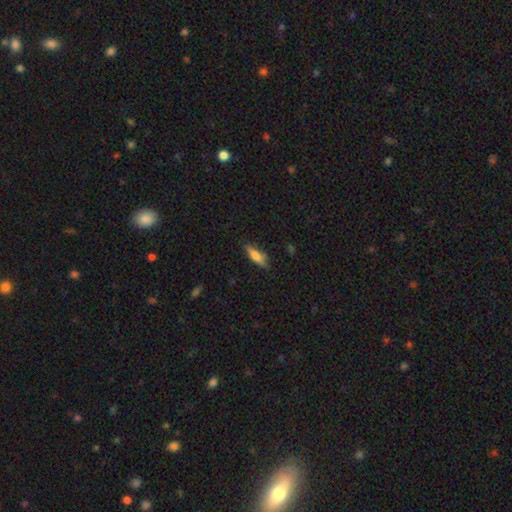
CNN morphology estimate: type=smooth (68%); roundness=cigar-shaped (58%); merging=none (79%).